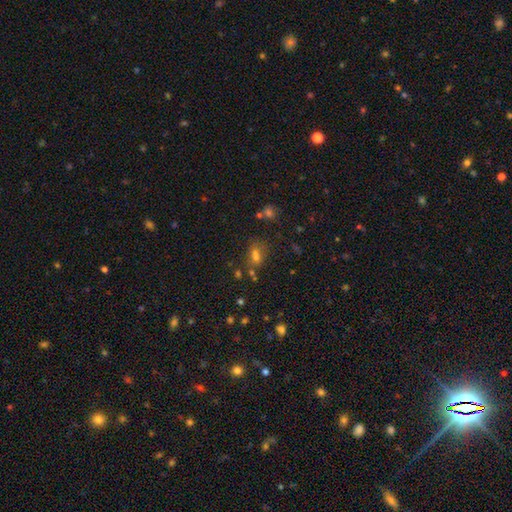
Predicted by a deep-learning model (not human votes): Smooth or featured? Predicted: smooth (p=0.55). How rounded? Predicted: in between (p=0.58). Merging? Predicted: none (p=0.54).